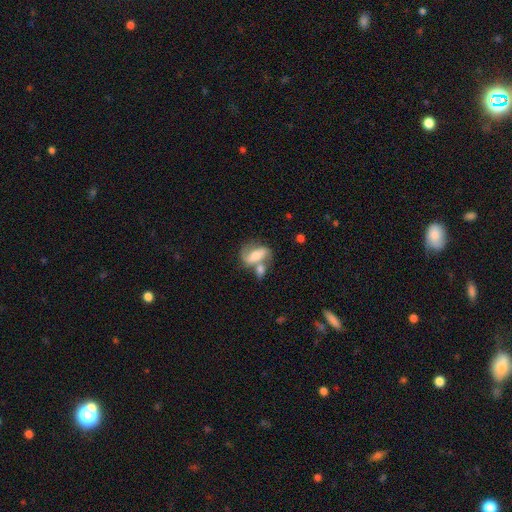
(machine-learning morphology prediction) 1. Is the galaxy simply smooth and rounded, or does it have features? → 51% featured or disk, 42% smooth, 8% star or artifact.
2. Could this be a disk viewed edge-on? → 90% no, 10% yes.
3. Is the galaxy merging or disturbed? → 43% merger, 34% none, 14% minor disturbance, 9% major disturbance.